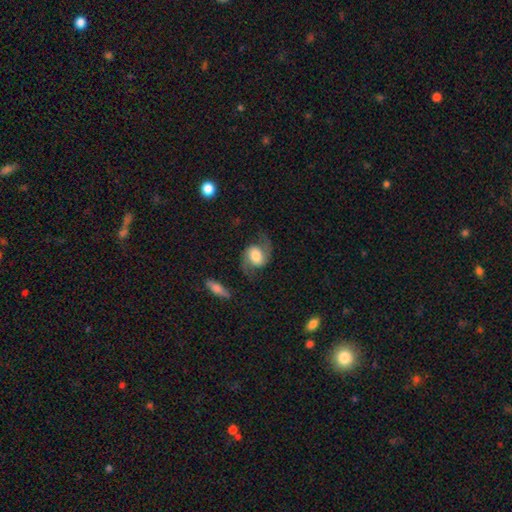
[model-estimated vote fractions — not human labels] smooth-or-featured: featured or disk: 77% | smooth: 17% | star or artifact: 6%
  disk-edge-on: no: 97% | yes: 3%
    bar: no: 47% | weak: 38% | strong: 15%
    has-spiral-arms: yes: 95% | no: 5%
      spiral-winding: loose: 54% | medium: 38% | tight: 8%
      spiral-arm-count: 2: 93% | 1: 2% | can't tell: 2% | 3: 1% | 4: 1% | more than 4: 1%
    bulge-size: large: 41% | moderate: 37% | small: 9% | dominant: 9% | none: 4%
  merging: none: 71% | minor disturbance: 16% | major disturbance: 11% | merger: 2%